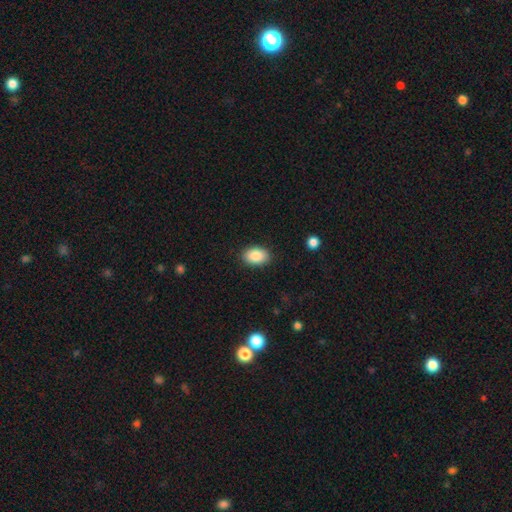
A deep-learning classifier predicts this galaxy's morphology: Smooth or featured? smooth (88%)
How rounded? in between (86%)
Merging? none (88%)